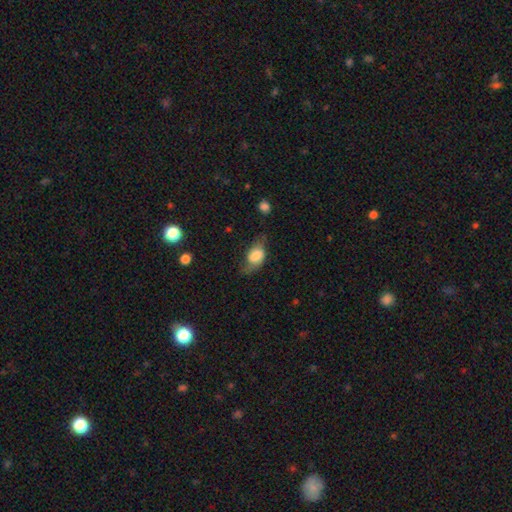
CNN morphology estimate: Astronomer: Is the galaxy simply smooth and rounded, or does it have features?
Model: smooth — 63%.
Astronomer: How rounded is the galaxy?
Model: in between — 85%.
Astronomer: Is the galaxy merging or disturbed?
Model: none — 49% (runner-up: minor disturbance, 31%).